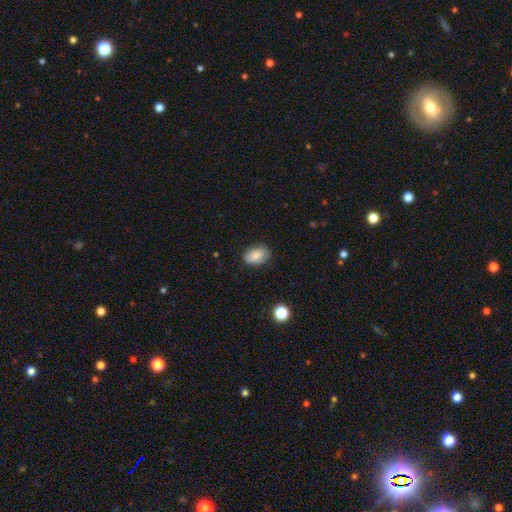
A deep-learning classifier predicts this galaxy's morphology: Smooth or featured?
  - smooth: 84% *
  - featured or disk: 8%
  - star or artifact: 8%
How rounded?
  - in between: 88% *
  - round: 11%
  - cigar-shaped: 1%
Merging?
  - none: 82% *
  - minor disturbance: 14%
  - major disturbance: 3%
  - merger: 1%